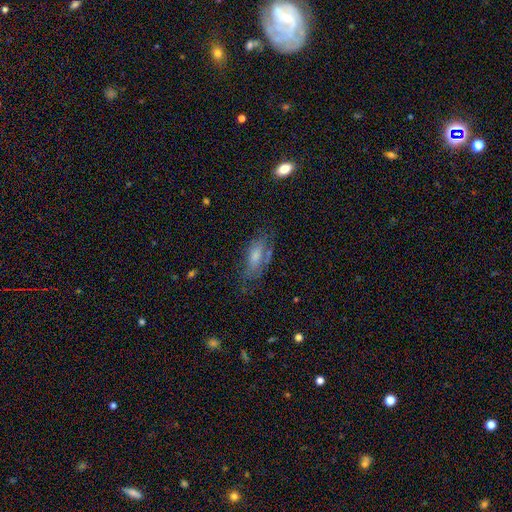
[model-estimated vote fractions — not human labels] This appears to be a smooth galaxy with no disk features (47%). Merging: none (62%).